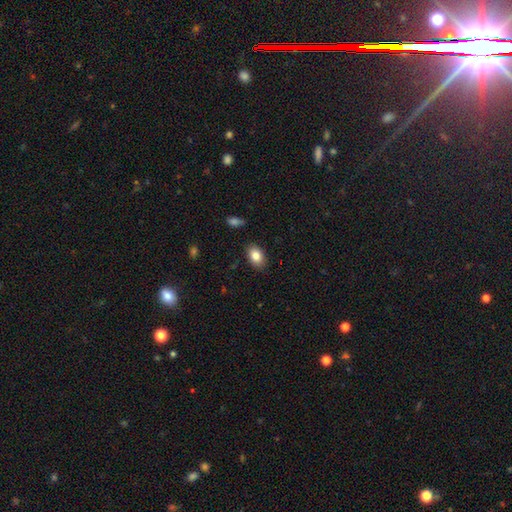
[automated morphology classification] A smooth galaxy with no disk features (84%) that is in between round and cigar-shaped (85%). Merging: none (86%).